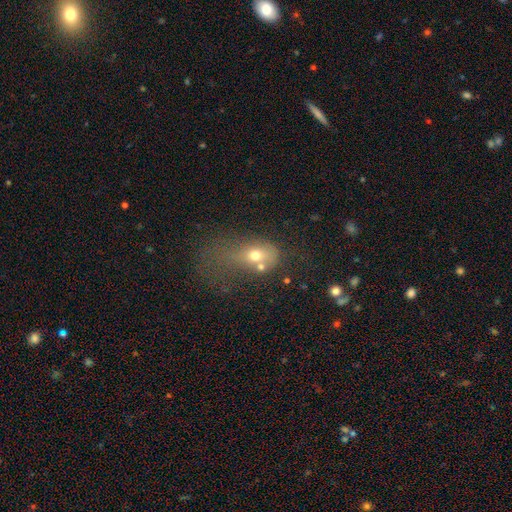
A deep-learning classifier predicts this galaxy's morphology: Smooth or featured: smooth — 62% (featured or disk — 24%)
How rounded: in between — 63% (round — 33%)
Merging: major disturbance — 36% (merger — 24%)